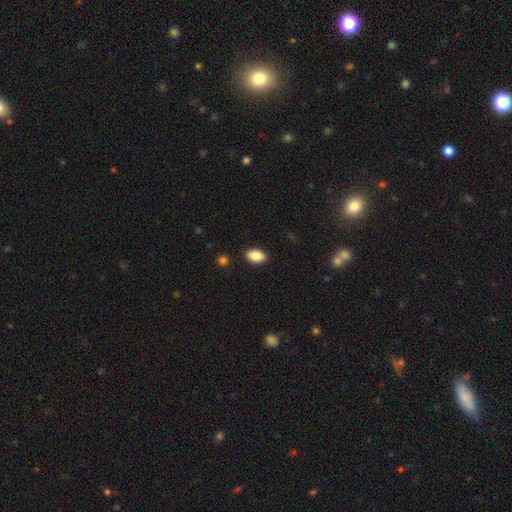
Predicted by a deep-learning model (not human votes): Overall: smooth (88%). How rounded: in between (91%). Merging: none (89%).